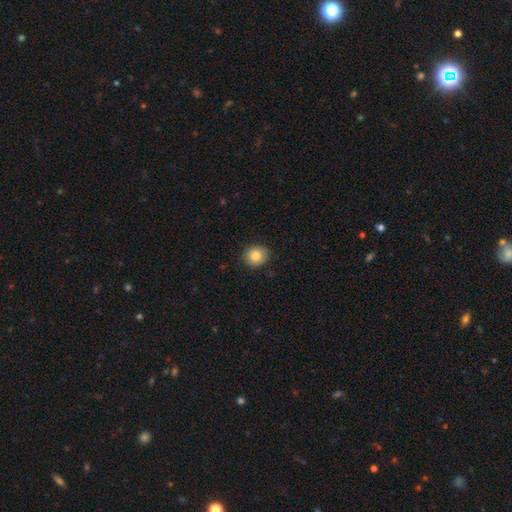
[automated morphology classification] Smooth or featured: smooth — 83% (star or artifact — 9%)
How rounded: round — 76% (in between — 23%)
Merging: none — 86% (minor disturbance — 11%)